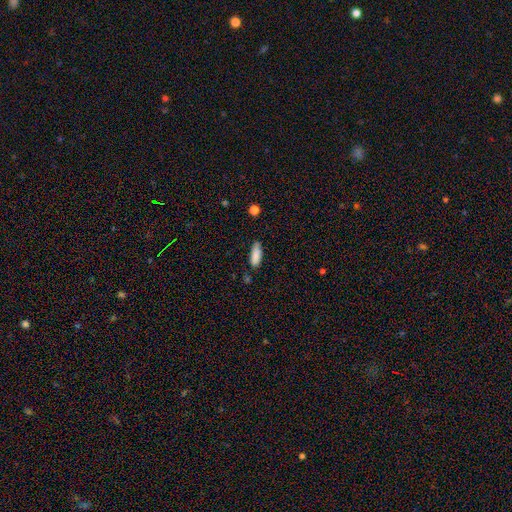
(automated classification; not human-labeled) Smooth or featured?
  - smooth: 87% *
  - star or artifact: 7%
  - featured or disk: 6%
How rounded?
  - in between: 65% *
  - cigar-shaped: 33%
  - round: 2%
Merging?
  - none: 75% *
  - minor disturbance: 19%
  - major disturbance: 3%
  - merger: 3%